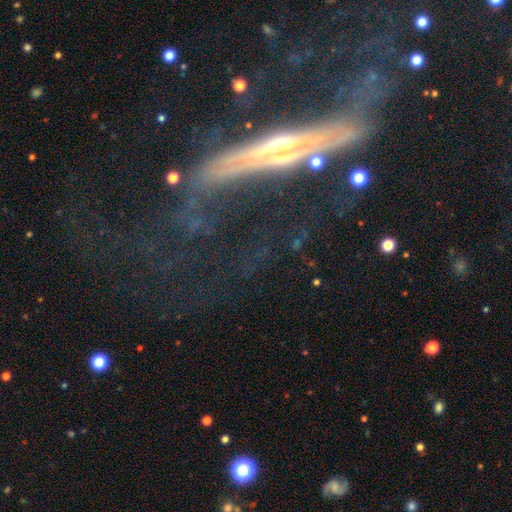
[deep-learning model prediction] The model was most divided on "merging": none: 37%, major disturbance: 36%, minor disturbance: 17%, merger: 9%. More confident: smooth or featured — featured or disk (78%); edge-on disk — yes (62%).